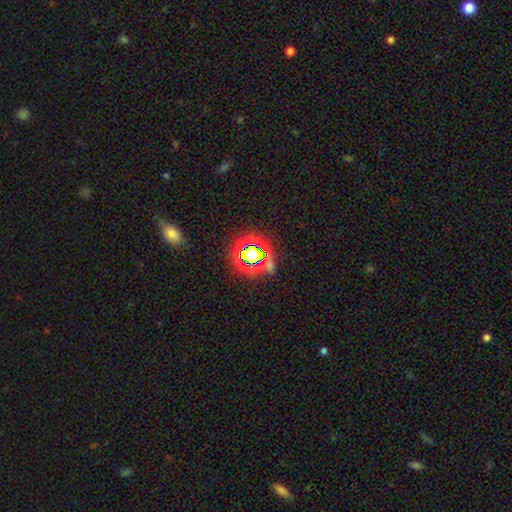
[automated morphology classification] Smooth or featured? star or artifact (59%)